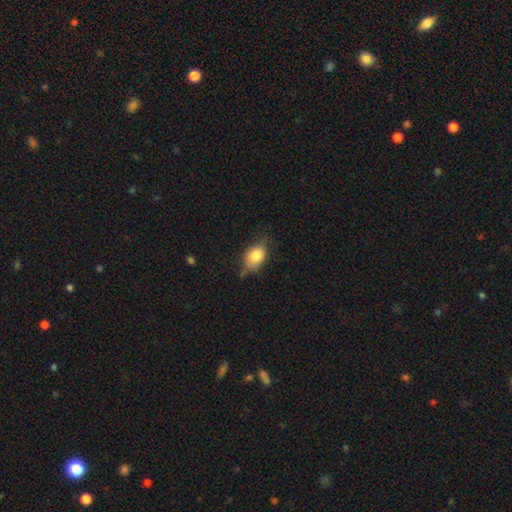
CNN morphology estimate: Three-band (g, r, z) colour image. It shows a smooth galaxy with no disk features (79%) that is in between round and cigar-shaped (75%). Merging: none (57%).